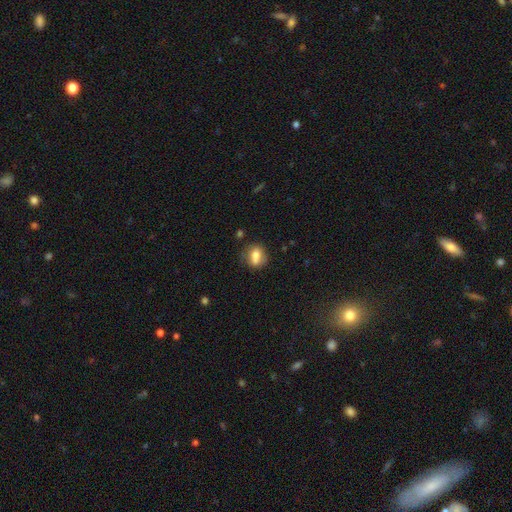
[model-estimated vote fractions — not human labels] This appears to be a smooth galaxy with no disk features (71%) that is round (54%). Merging: none (63%).